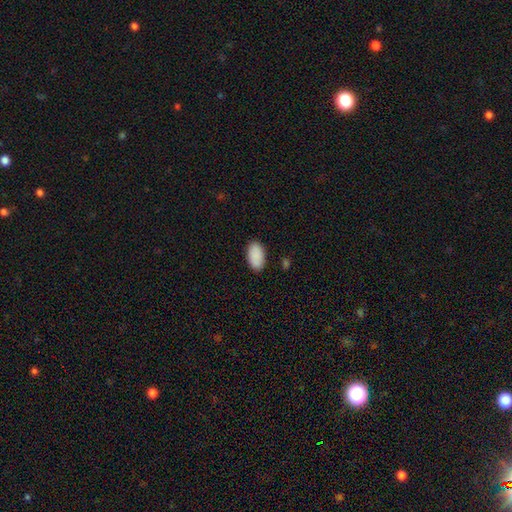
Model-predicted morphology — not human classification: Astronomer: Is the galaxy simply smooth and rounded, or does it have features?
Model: smooth — 91%.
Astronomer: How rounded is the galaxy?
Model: in between — 95%.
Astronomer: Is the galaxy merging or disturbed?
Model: none — 88%.